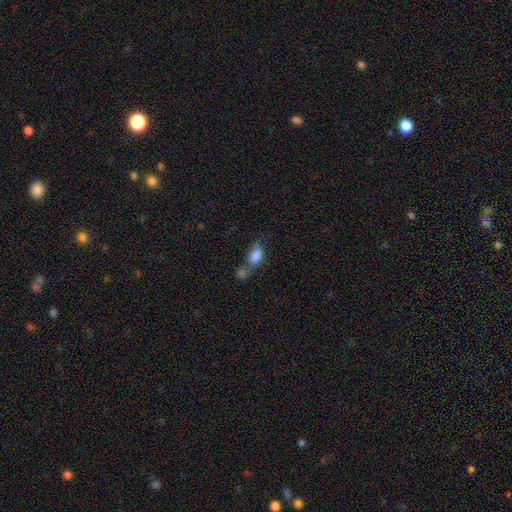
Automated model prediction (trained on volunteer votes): A smooth galaxy with no disk features (80%) that is in between round and cigar-shaped (84%). Merging: merger (57%).